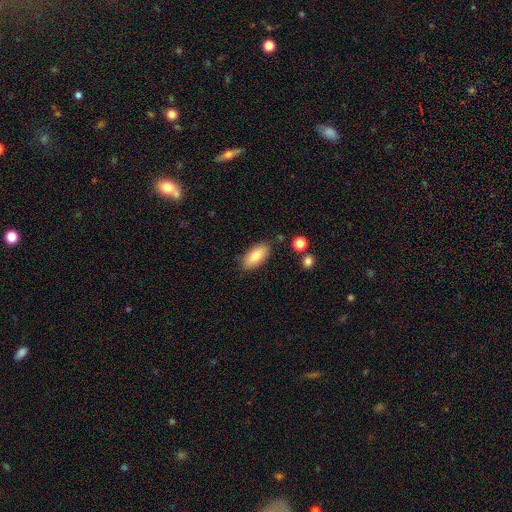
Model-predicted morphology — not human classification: A smooth galaxy with no disk features (81%) that is in between round and cigar-shaped (89%). Merging: none (84%).